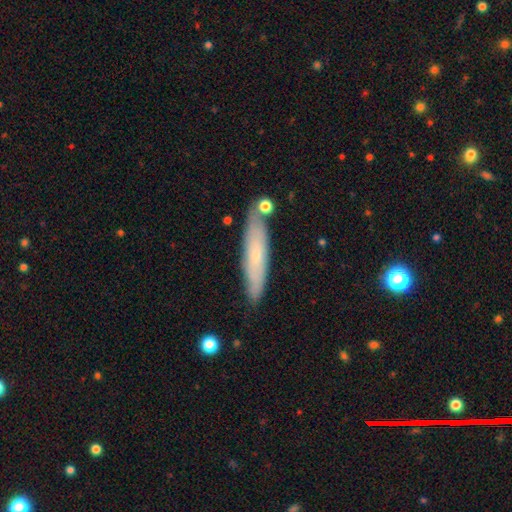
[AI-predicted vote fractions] Smooth or featured? smooth (57%)
How rounded? cigar-shaped (85%)
Merging? none (80%)